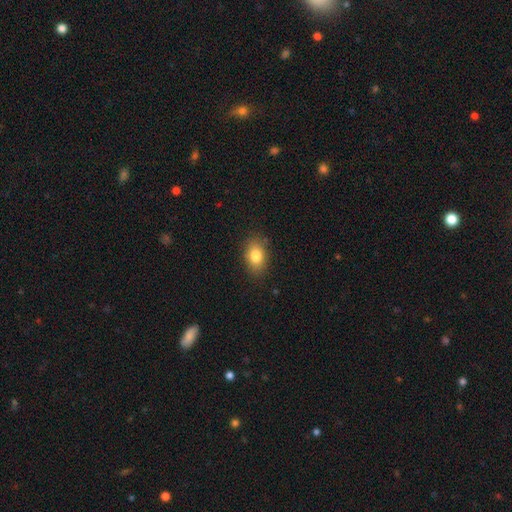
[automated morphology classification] smooth-or-featured: smooth: 82% | featured or disk: 9% | star or artifact: 9%
  how-rounded: in between: 82% | round: 17% | cigar-shaped: 2%
  merging: none: 84% | minor disturbance: 11% | major disturbance: 3% | merger: 1%